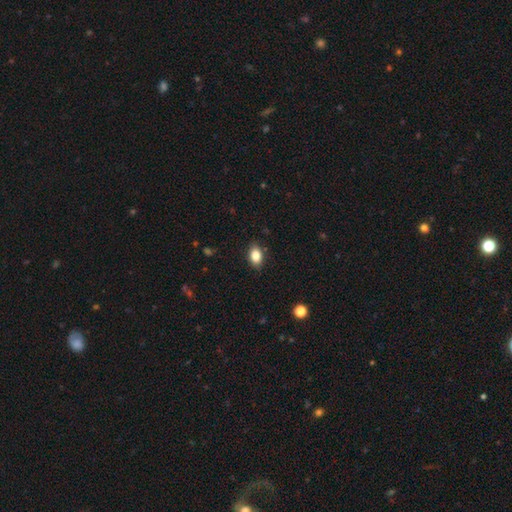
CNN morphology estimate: A smooth galaxy with no disk features (84%) that is in between round and cigar-shaped (84%). Merging: none (86%).